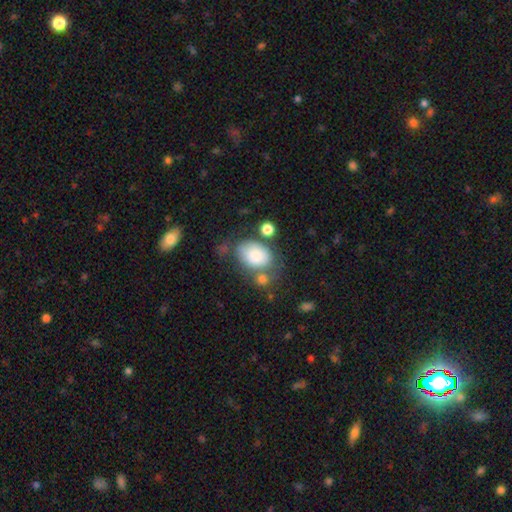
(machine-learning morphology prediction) type=smooth (79%); roundness=in between (77%); merging=none (48%).